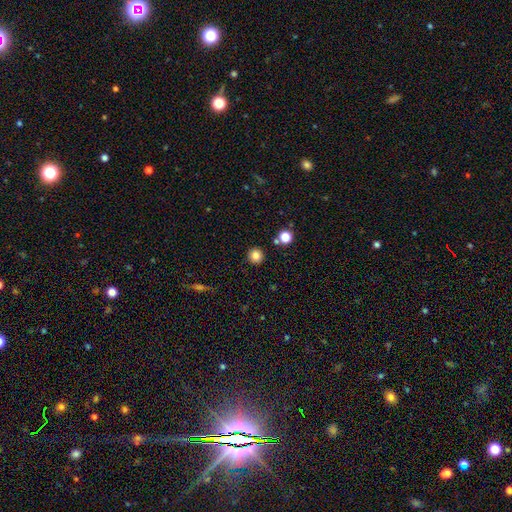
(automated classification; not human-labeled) smooth-or-featured: smooth: 83% | star or artifact: 12% | featured or disk: 5%
  how-rounded: round: 94% | in between: 5% | cigar-shaped: 1%
  merging: none: 90% | minor disturbance: 5% | merger: 3% | major disturbance: 2%